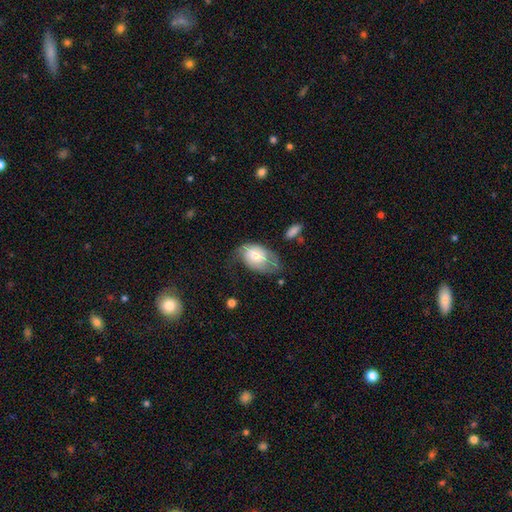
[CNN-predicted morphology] A smooth galaxy with no disk features (58%) that is in between round and cigar-shaped (88%).

Vote fractions:
- Smooth or featured? smooth: 58% / featured or disk: 35% / star or artifact: 7%
- How rounded? in between: 88% / round: 11% / cigar-shaped: 1%
- Merging? minor disturbance: 35% / none: 32% / major disturbance: 29% / merger: 4%